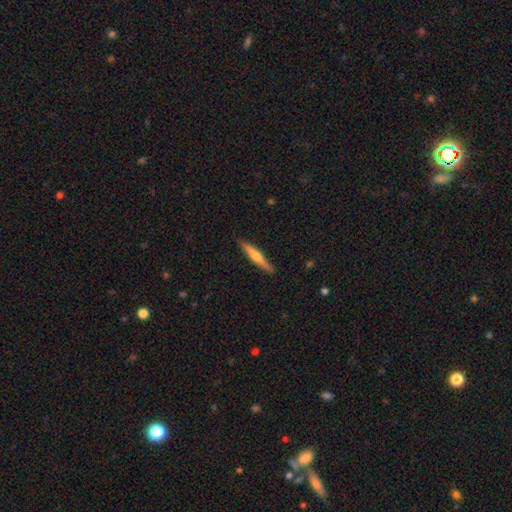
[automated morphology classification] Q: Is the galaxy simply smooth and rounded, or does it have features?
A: featured or disk — 48%.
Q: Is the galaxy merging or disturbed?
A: none — 90%.